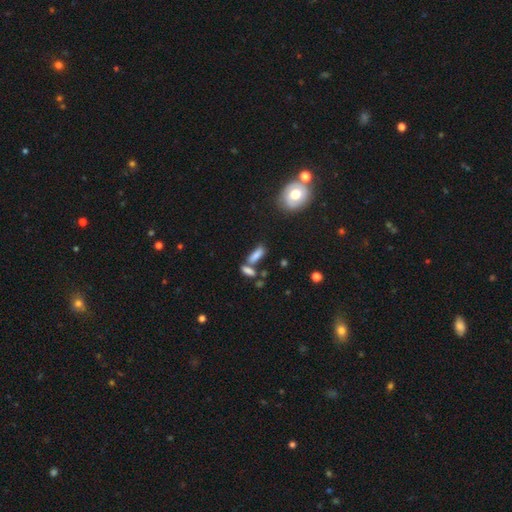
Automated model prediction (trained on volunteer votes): A smooth galaxy with no disk features (75%) that is in between round and cigar-shaped (53%). Merging: none (56%).